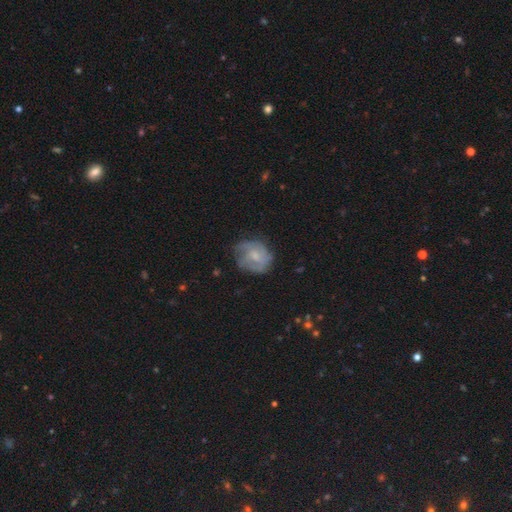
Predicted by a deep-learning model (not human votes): featured or disk 56%, smooth 36%, star or artifact 8%. Down the decision tree: edge-on disk — no (98%); bar — no (60%); spiral arms — yes (70%); bulge size — small (43%); merging — none (60%).